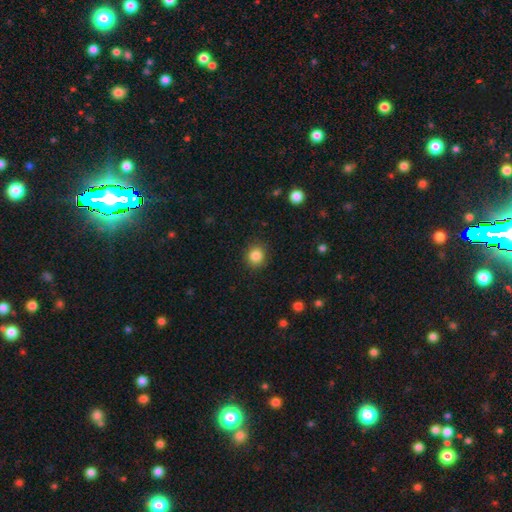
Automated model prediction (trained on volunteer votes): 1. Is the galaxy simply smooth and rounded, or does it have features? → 85% smooth, 10% star or artifact, 5% featured or disk.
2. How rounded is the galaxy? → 85% round, 14% in between, 1% cigar-shaped.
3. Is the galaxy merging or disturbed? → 89% none, 8% minor disturbance, 3% major disturbance, 1% merger.